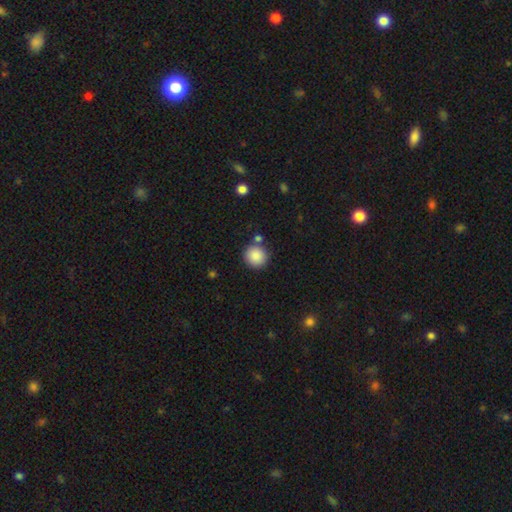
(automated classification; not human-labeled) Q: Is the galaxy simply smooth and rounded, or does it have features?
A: smooth — 88%.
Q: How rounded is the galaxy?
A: round — 92%.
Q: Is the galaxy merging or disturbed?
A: none — 79%.